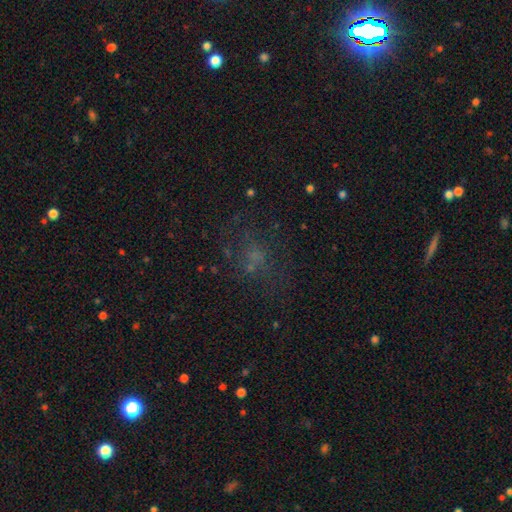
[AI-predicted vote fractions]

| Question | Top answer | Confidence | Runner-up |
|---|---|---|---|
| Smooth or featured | smooth | 38% | star or artifact (33%) |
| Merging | none | 56% | major disturbance (23%) |